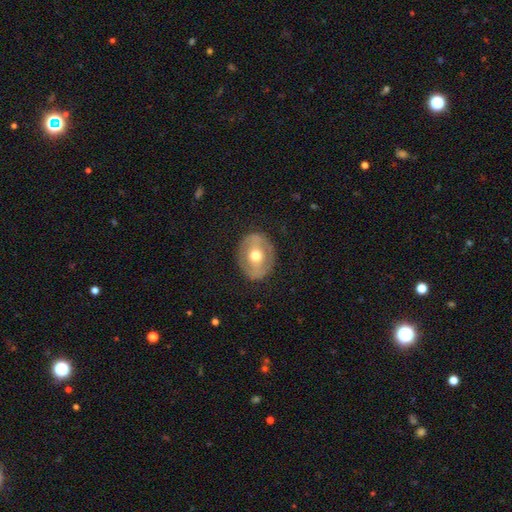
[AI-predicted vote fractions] This is possibly a featured or disk galaxy (49%). Merging: clearly none (83%).